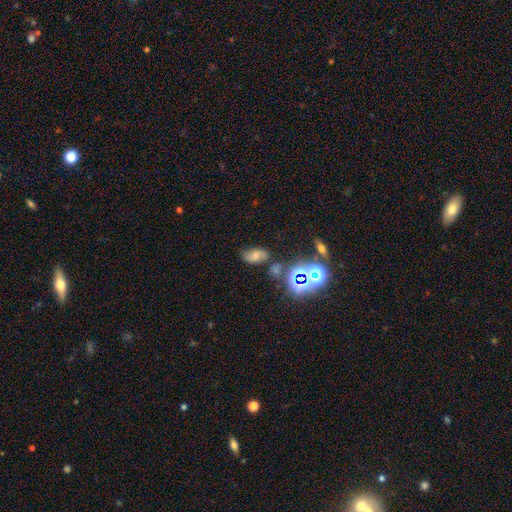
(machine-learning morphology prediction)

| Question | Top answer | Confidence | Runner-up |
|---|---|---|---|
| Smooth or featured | smooth | 46% | featured or disk (28%) |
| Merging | none | 68% | minor disturbance (19%) |